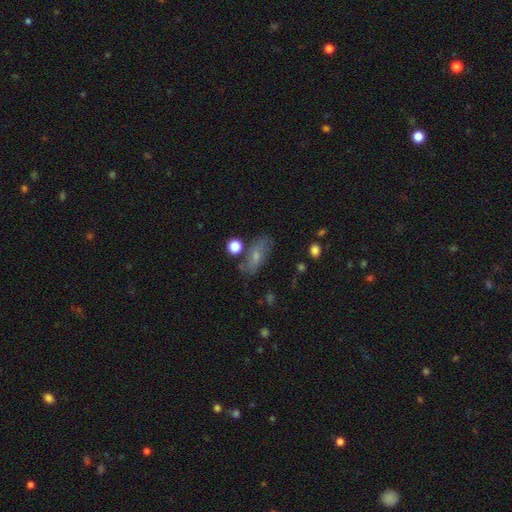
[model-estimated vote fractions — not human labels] smooth-or-featured: smooth: 59% | featured or disk: 29% | star or artifact: 12%
  how-rounded: in between: 74% | cigar-shaped: 18% | round: 8%
  merging: none: 66% | minor disturbance: 19% | major disturbance: 8% | merger: 7%